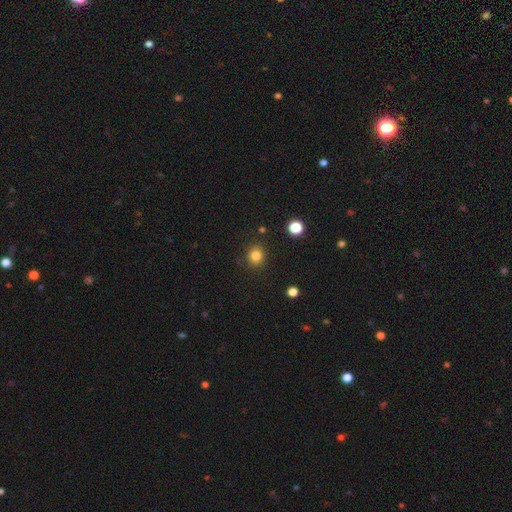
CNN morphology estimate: A smooth galaxy with no disk features (82%) that is round (83%). Merging: none (88%).